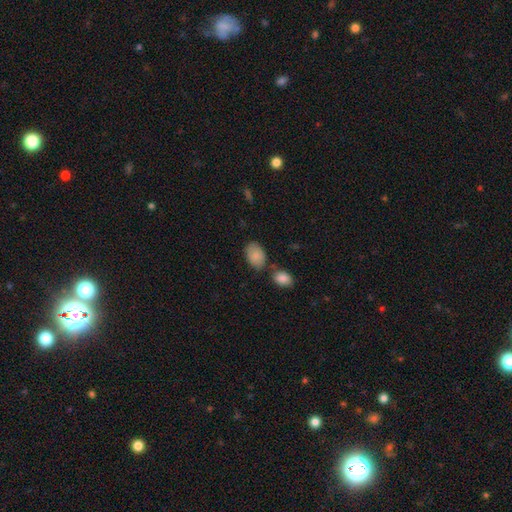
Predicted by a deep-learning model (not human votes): A smooth galaxy with no disk features (86%) that is in between round and cigar-shaped (88%).

Vote fractions:
- Smooth or featured? smooth: 86% / featured or disk: 7% / star or artifact: 7%
- How rounded? in between: 88% / round: 11% / cigar-shaped: 1%
- Merging? none: 65% / minor disturbance: 17% / merger: 14% / major disturbance: 4%